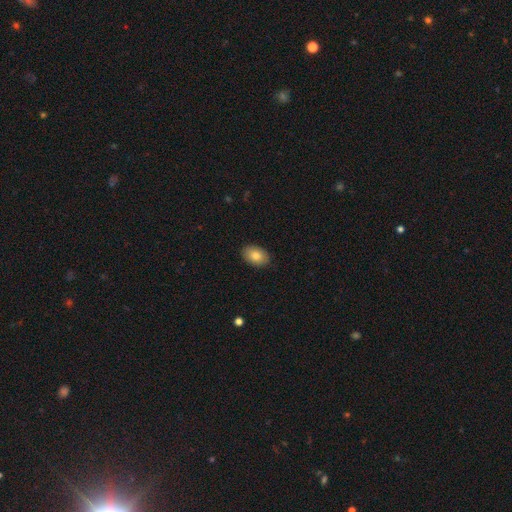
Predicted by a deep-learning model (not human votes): A smooth galaxy with no disk features (83%) that is in between round and cigar-shaped (87%).

Vote fractions:
- Smooth or featured? smooth: 83% / featured or disk: 10% / star or artifact: 7%
- How rounded? in between: 87% / round: 12% / cigar-shaped: 1%
- Merging? none: 89% / minor disturbance: 8% / major disturbance: 2% / merger: 1%